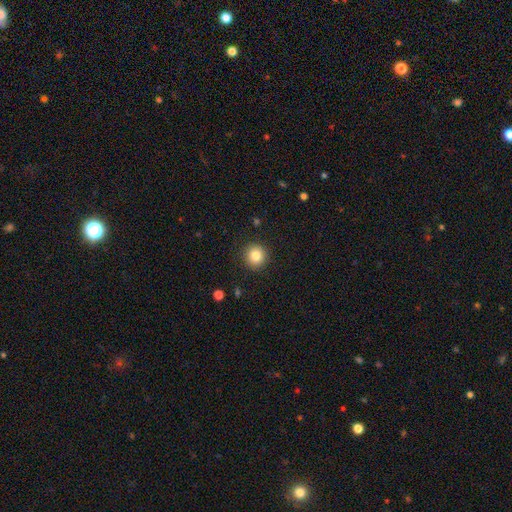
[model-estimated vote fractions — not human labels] smooth 83%, star or artifact 10%, featured or disk 7%. Down the decision tree: how rounded — round (94%); merging — none (91%).